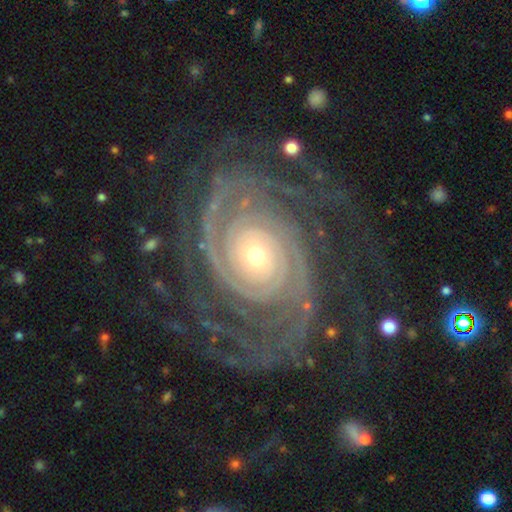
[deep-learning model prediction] smooth_or_featured: featured or disk (p=0.92) [alt: star or artifact p=0.05]
disk_edge_on: no (p=0.98) [alt: yes p=0.02]
bar: no (p=0.78) [alt: weak p=0.14]
has_spiral_arms: yes (p=0.98) [alt: no p=0.02]
spiral_winding: tight (p=0.83) [alt: medium p=0.13]
spiral_arm_count: 2 (p=0.40) [alt: can't tell p=0.15]
bulge_size: small (p=0.55) [alt: moderate p=0.40]
merging: none (p=0.72) [alt: minor disturbance p=0.14]